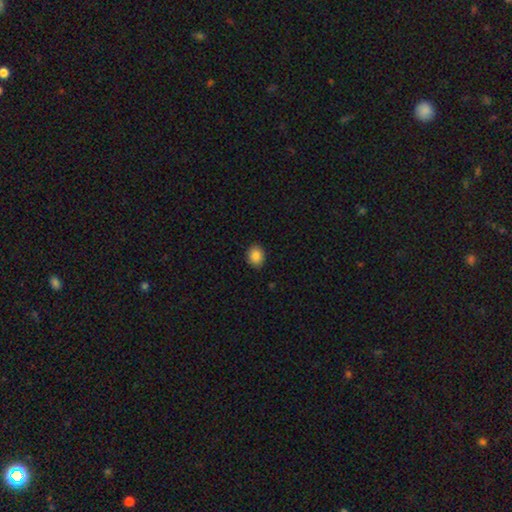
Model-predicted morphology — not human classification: Smooth or featured? smooth (87%)
How rounded? round (58%)
Merging? none (89%)